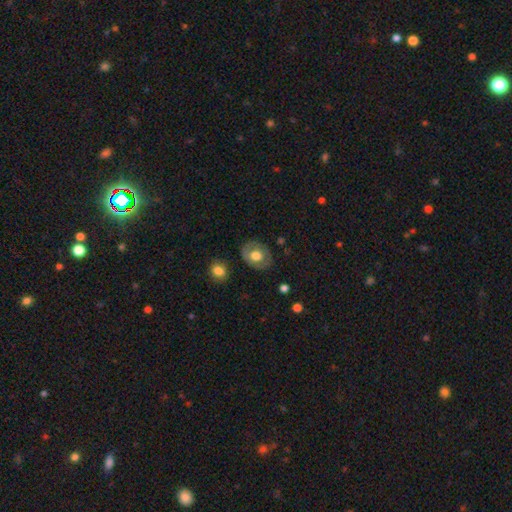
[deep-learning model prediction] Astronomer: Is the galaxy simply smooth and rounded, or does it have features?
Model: smooth — 58% (runner-up: featured or disk, 35%).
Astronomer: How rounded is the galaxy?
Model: in between — 56% (runner-up: round, 43%).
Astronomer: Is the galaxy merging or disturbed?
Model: none — 82%.